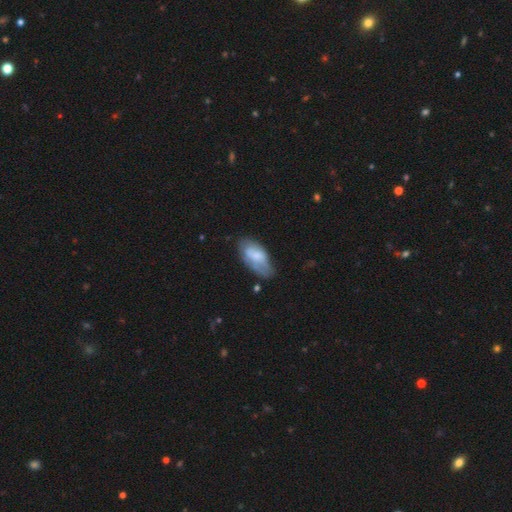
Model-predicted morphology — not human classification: smooth-or-featured: smooth: 61% | featured or disk: 32% | star or artifact: 7%
  how-rounded: in between: 93% | cigar-shaped: 5% | round: 3%
  merging: none: 51% | minor disturbance: 33% | major disturbance: 13% | merger: 3%